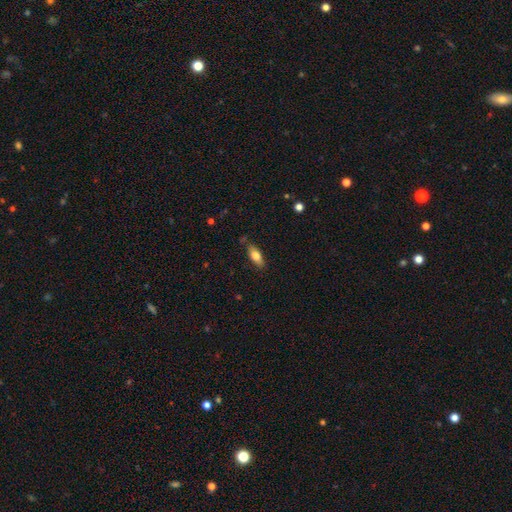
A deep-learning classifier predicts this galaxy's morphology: A smooth galaxy with no disk features (76%) that is in between round and cigar-shaped (73%). Merging: none (80%).